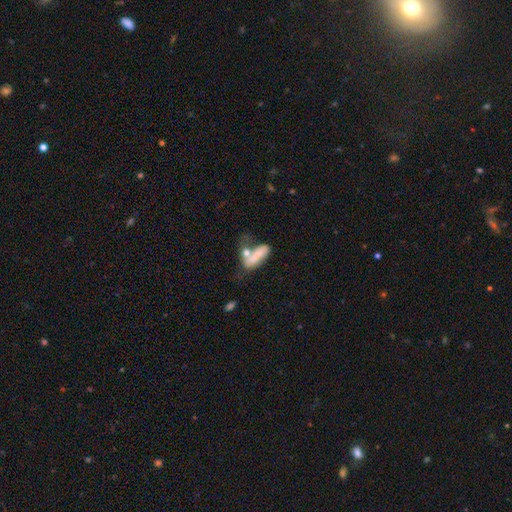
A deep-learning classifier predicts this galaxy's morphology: This is likely a smooth galaxy (68%). How rounded: likely in between (69%). Merging: marginally merger (41%).